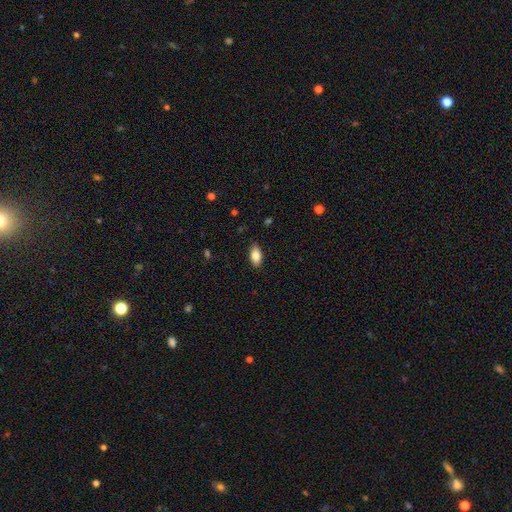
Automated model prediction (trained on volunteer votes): Morphology: type=smooth (83%); roundness=in between (91%); merging=none (87%).